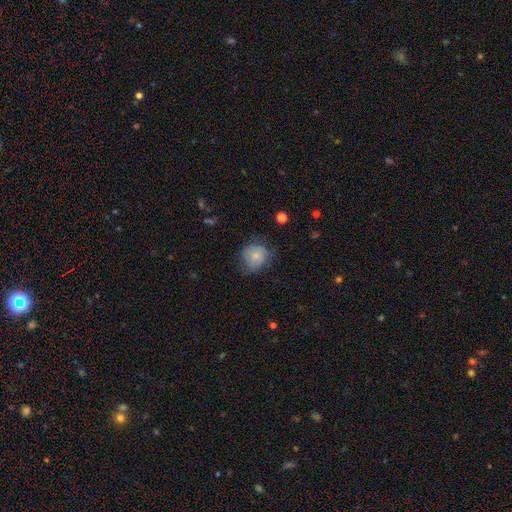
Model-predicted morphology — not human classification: smooth-or-featured: smooth: 72% | featured or disk: 20% | star or artifact: 8%
  how-rounded: round: 81% | in between: 18% | cigar-shaped: 1%
  merging: none: 59% | minor disturbance: 30% | major disturbance: 10% | merger: 1%